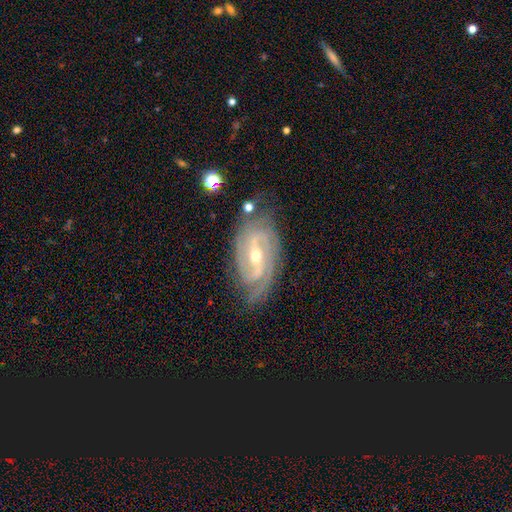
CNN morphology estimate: Q: Smooth or featured?
A: featured or disk (91%); runner-up: star or artifact (5%)
Q: Edge-on disk?
A: no (95%); runner-up: yes (5%)
Q: Bar?
A: weak (43%); runner-up: strong (39%)
Q: Spiral arms?
A: yes (98%); runner-up: no (2%)
Q: Spiral winding?
A: tight (57%); runner-up: medium (35%)
Q: Spiral arm count?
A: 2 (47%); runner-up: 3 (26%)
Q: Bulge size?
A: small (49%); runner-up: moderate (48%)
Q: Merging?
A: none (76%); runner-up: minor disturbance (17%)